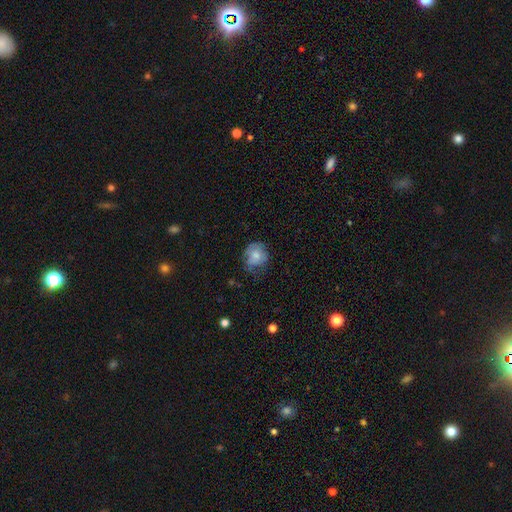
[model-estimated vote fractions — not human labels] smooth_or_featured: smooth (p=0.68) [alt: featured or disk p=0.24]
how_rounded: round (p=0.71) [alt: in between p=0.28]
merging: none (p=0.50) [alt: minor disturbance p=0.31]